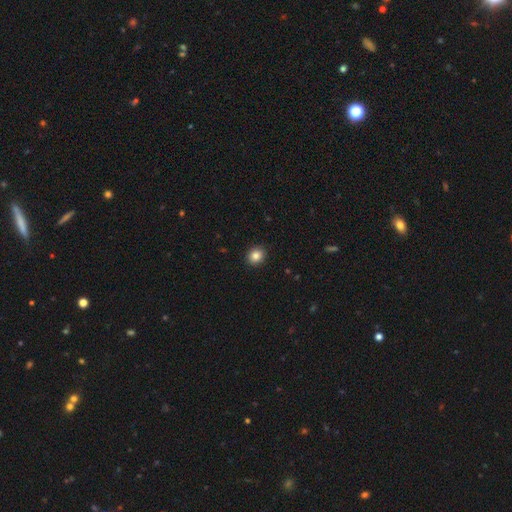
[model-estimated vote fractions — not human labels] Morphology: type=smooth (85%); roundness=round (79%); merging=none (92%).